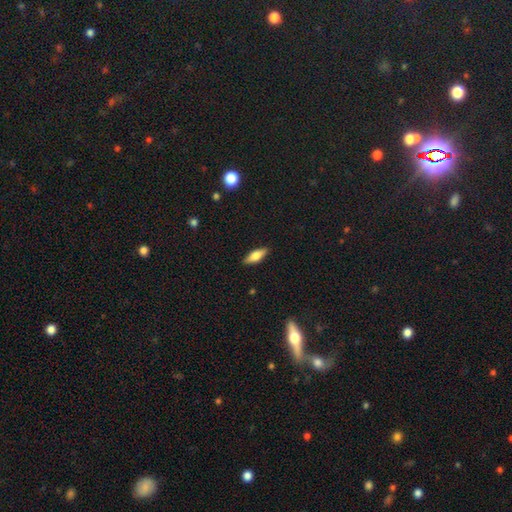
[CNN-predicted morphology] Q: Smooth or featured?
A: smooth (70%); runner-up: featured or disk (23%)
Q: How rounded?
A: in between (60%); runner-up: cigar-shaped (37%)
Q: Merging?
A: none (88%); runner-up: minor disturbance (9%)